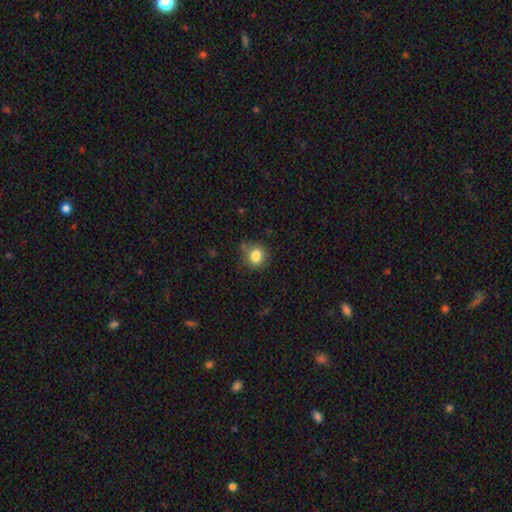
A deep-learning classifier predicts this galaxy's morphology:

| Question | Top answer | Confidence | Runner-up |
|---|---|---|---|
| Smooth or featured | smooth | 83% | star or artifact (11%) |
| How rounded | round | 82% | in between (17%) |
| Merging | none | 80% | minor disturbance (13%) |